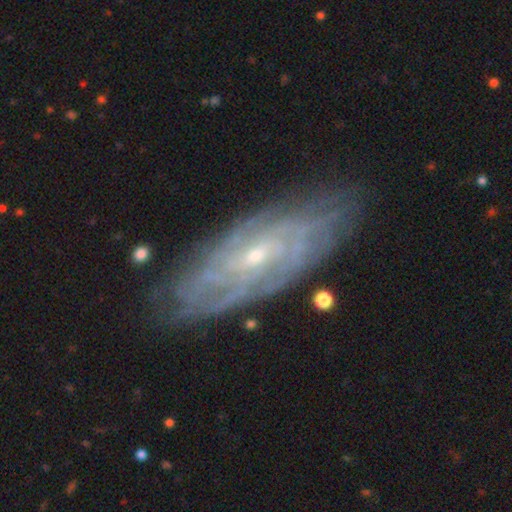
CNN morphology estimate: Q: Smooth or featured?
A: featured or disk (84%); runner-up: smooth (9%)
Q: Edge-on disk?
A: no (89%); runner-up: yes (11%)
Q: Bar?
A: no (54%); runner-up: weak (36%)
Q: Spiral arms?
A: yes (94%); runner-up: no (6%)
Q: Spiral winding?
A: tight (70%); runner-up: medium (24%)
Q: Spiral arm count?
A: can't tell (44%); runner-up: 2 (15%)
Q: Bulge size?
A: small (77%); runner-up: moderate (19%)
Q: Merging?
A: none (81%); runner-up: minor disturbance (14%)